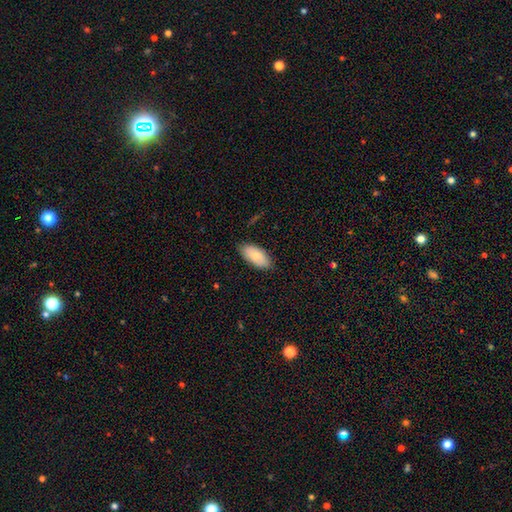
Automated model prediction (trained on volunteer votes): A smooth galaxy with no disk features (79%) that is in between round and cigar-shaped (94%). Merging: none (84%).